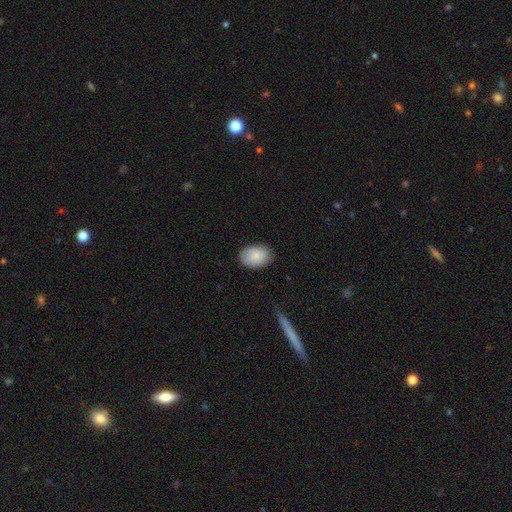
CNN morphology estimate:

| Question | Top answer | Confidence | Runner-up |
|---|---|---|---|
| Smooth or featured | smooth | 86% | featured or disk (8%) |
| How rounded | in between | 83% | round (16%) |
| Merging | none | 81% | minor disturbance (15%) |